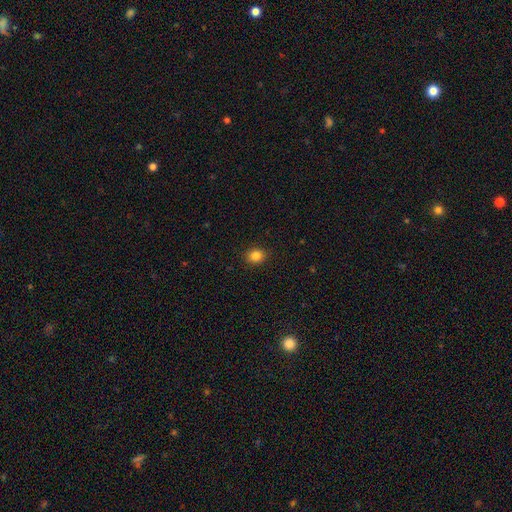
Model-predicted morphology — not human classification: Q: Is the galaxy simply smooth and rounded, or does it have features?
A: smooth — 85%.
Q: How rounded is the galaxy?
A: round — 67%.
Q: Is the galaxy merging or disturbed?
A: none — 90%.